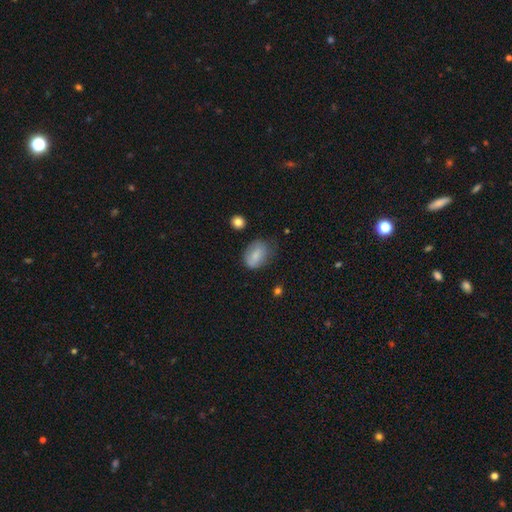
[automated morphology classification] A smooth galaxy with no disk features (78%) that is in between round and cigar-shaped (80%).

Vote fractions:
- Smooth or featured? smooth: 78% / featured or disk: 14% / star or artifact: 8%
- How rounded? in between: 80% / round: 18% / cigar-shaped: 2%
- Merging? none: 53% / minor disturbance: 33% / major disturbance: 12% / merger: 2%